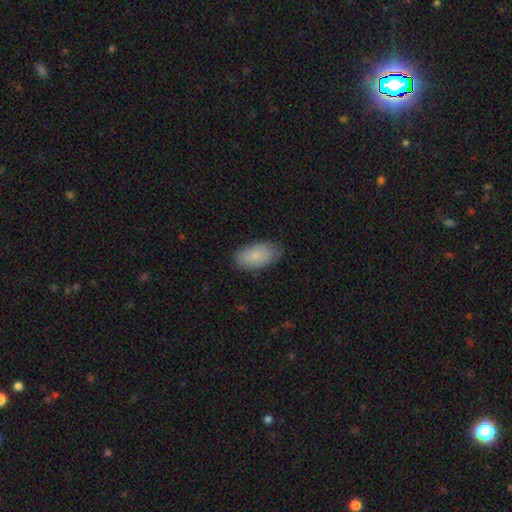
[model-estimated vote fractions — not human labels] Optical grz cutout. It shows a smooth galaxy with no disk features (85%) that is in between round and cigar-shaped (95%). Merging: none (81%).